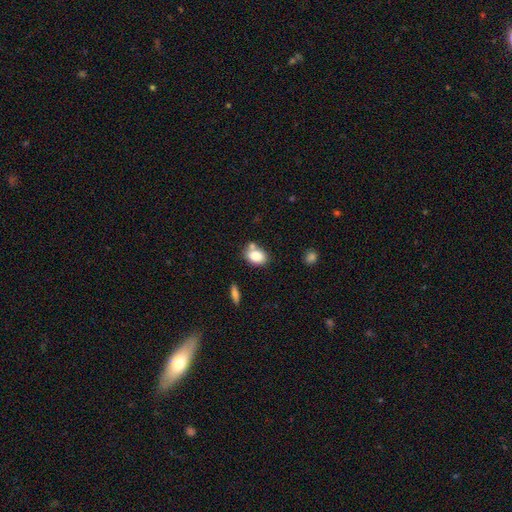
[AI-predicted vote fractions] Smooth or featured? smooth (82%)
How rounded? in between (79%)
Merging? none (58%)